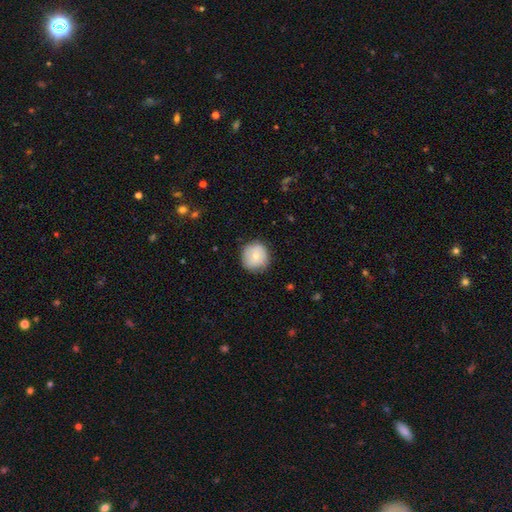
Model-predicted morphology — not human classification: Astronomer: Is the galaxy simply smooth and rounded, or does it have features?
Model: smooth — 72%.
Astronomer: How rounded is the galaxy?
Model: round — 92%.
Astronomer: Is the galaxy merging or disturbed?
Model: none — 81%.